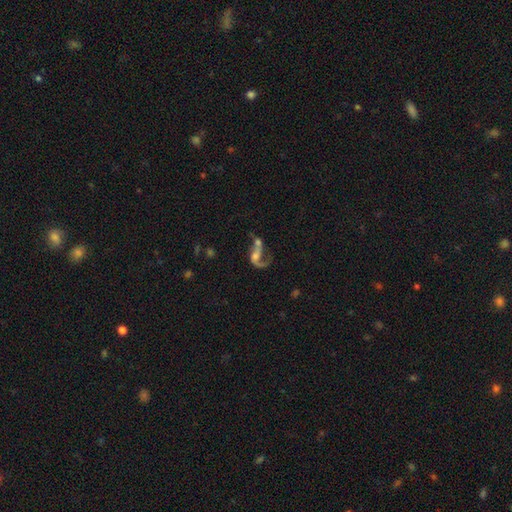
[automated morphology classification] Smooth or featured? Predicted: featured or disk (p=0.71). Edge-on disk? Predicted: no (p=0.96). Bar? Predicted: no (p=0.56). Spiral arms? Predicted: yes (p=0.79). Spiral winding? Predicted: loose (p=0.78). Spiral arm count? Predicted: 1 (p=0.53). Bulge size? Predicted: moderate (p=0.37). Merging? Predicted: merger (p=0.38).